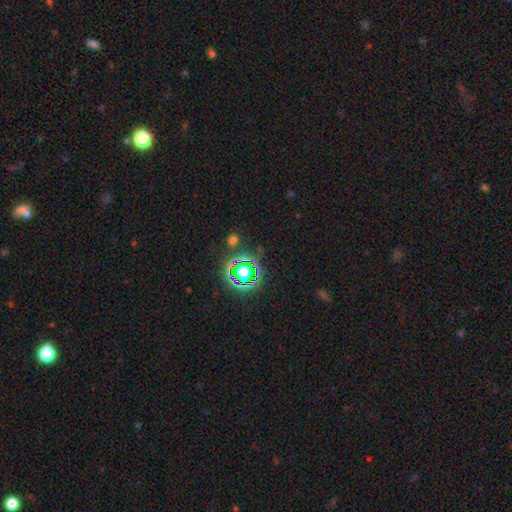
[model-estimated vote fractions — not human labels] Overall: star or artifact (75%).